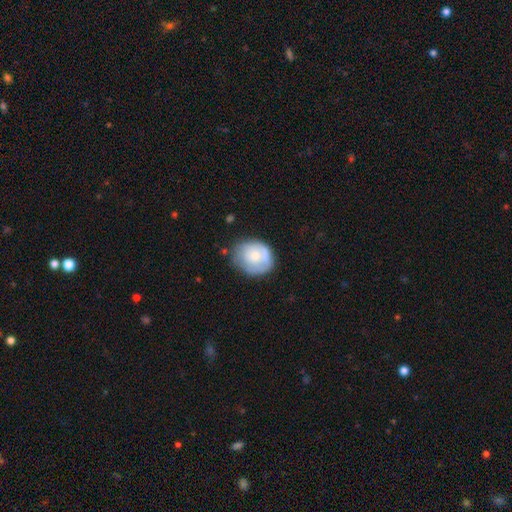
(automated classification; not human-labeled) Smooth or featured? smooth (59%)
How rounded? round (62%)
Merging? none (60%)